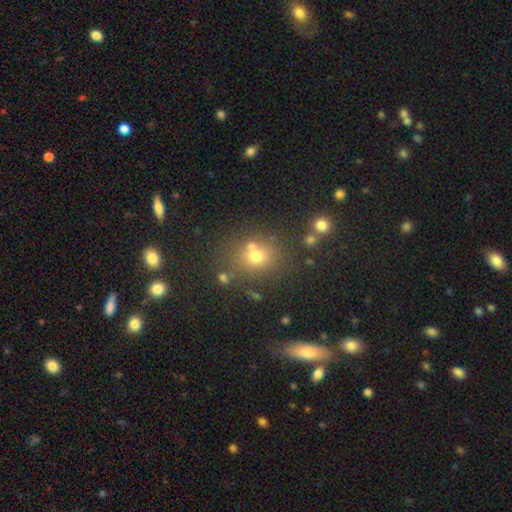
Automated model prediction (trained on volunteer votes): smooth_or_featured: smooth (p=0.69) [alt: star or artifact p=0.20]
how_rounded: round (p=0.73) [alt: in between p=0.26]
merging: none (p=0.68) [alt: merger p=0.15]